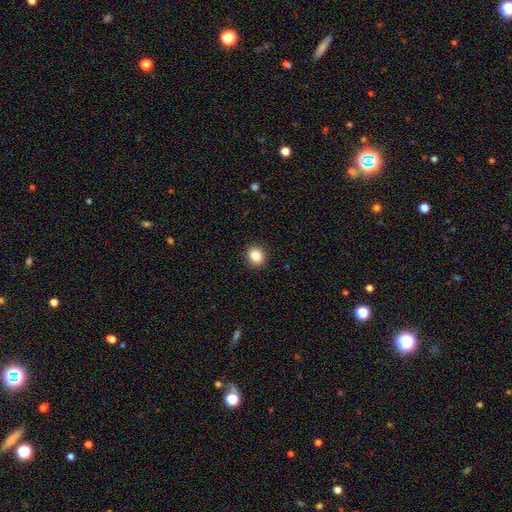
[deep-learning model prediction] Smooth or featured? smooth (85%)
How rounded? round (83%)
Merging? none (92%)